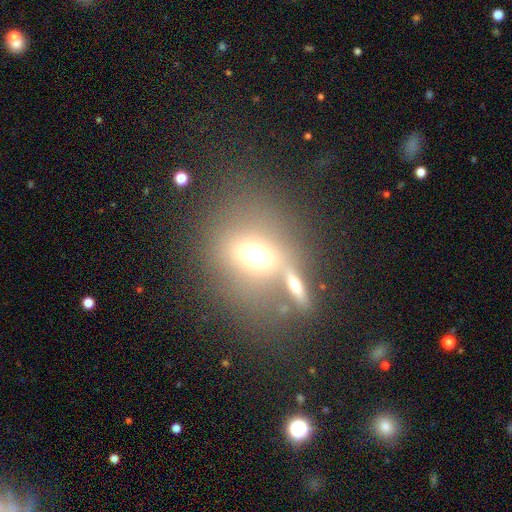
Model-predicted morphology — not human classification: smooth_or_featured: smooth (p=0.61) [alt: featured or disk p=0.24]
how_rounded: round (p=0.50) [alt: in between p=0.47]
merging: none (p=0.46) [alt: merger p=0.32]